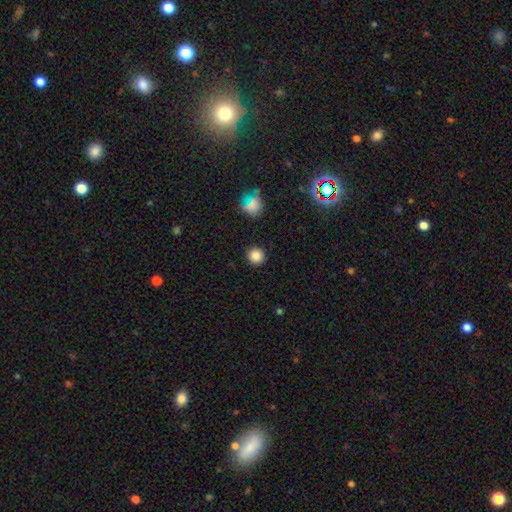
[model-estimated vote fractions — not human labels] smooth-or-featured: smooth: 84% | star or artifact: 12% | featured or disk: 4%
  how-rounded: round: 93% | in between: 6% | cigar-shaped: 1%
  merging: none: 91% | minor disturbance: 5% | major disturbance: 2% | merger: 1%